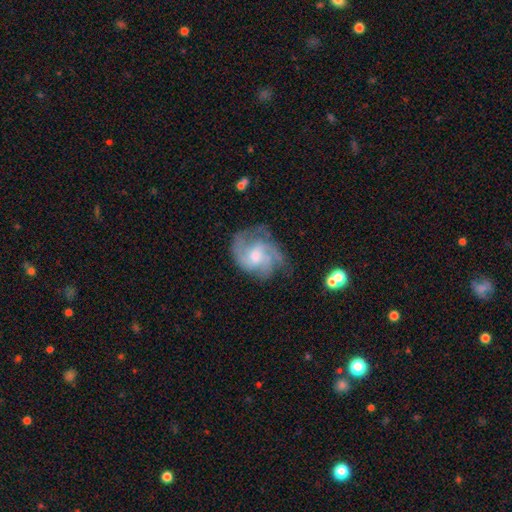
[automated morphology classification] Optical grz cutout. It shows a featured or disk galaxy (84%) with no bar (53%), 3 (38%) medium (48%) spiral arms (96%) and a moderate central bulge (53%). Merging: none (63%).